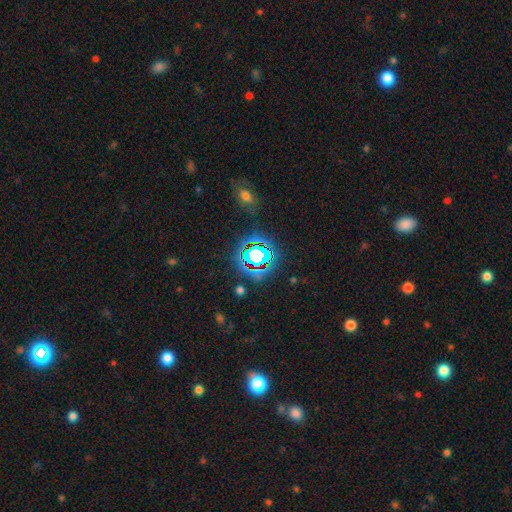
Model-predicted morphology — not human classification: Smooth or featured?
  - star or artifact: 67% *
  - smooth: 22%
  - featured or disk: 11%